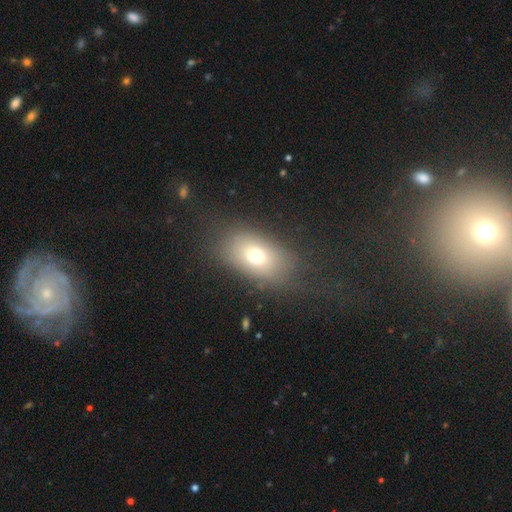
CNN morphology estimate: smooth 69%, featured or disk 17%, star or artifact 14%. Down the decision tree: how rounded — in between (80%); merging — none (73%).